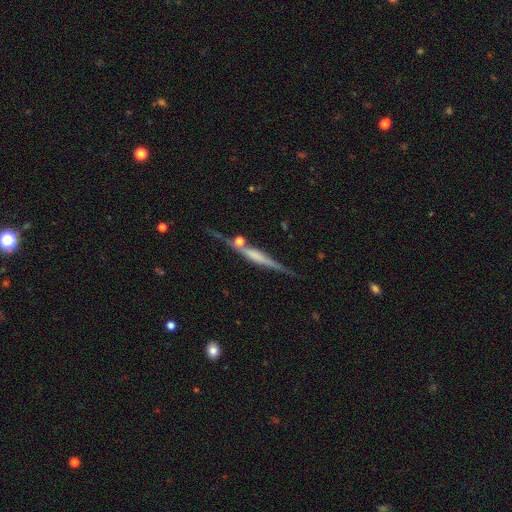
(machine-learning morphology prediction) smooth_or_featured: featured or disk (p=0.73) [alt: smooth p=0.20]
disk_edge_on: yes (p=0.97) [alt: no p=0.03]
edge_on_bulge: boxy (p=0.40) [alt: rounded p=0.35]
merging: none (p=0.72) [alt: minor disturbance p=0.15]